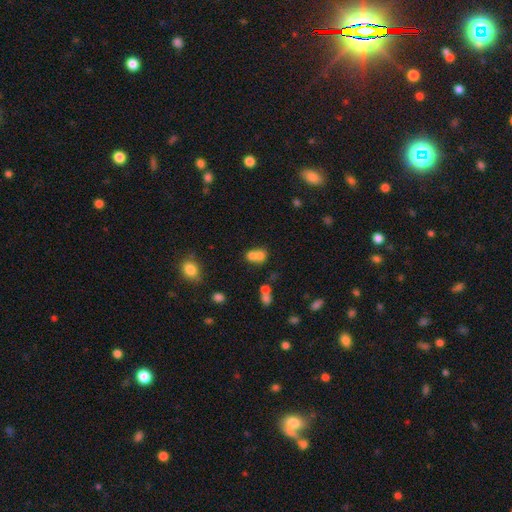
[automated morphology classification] Overall: smooth (69%). How rounded: round (66%; in between 33%). Merging: merger (64%; none 26%).